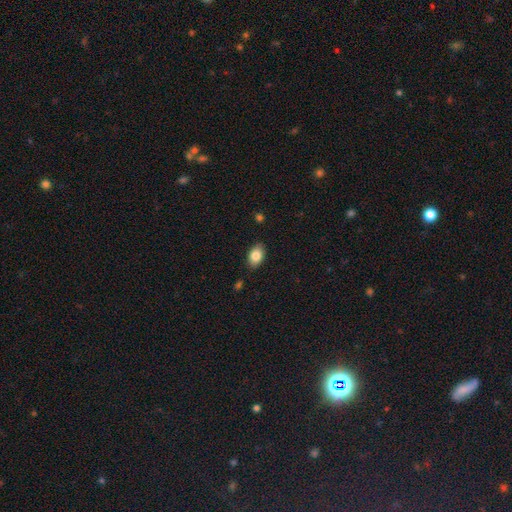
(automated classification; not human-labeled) Smooth or featured: smooth — 84% (featured or disk — 8%)
How rounded: in between — 88% (round — 10%)
Merging: none — 85% (minor disturbance — 11%)